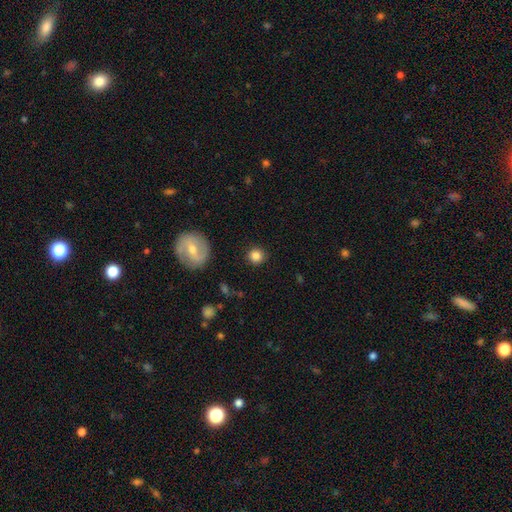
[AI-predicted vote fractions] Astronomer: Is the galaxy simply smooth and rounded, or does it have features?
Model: smooth — 83%.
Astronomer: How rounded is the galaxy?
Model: round — 93%.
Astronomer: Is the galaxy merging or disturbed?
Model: none — 89%.